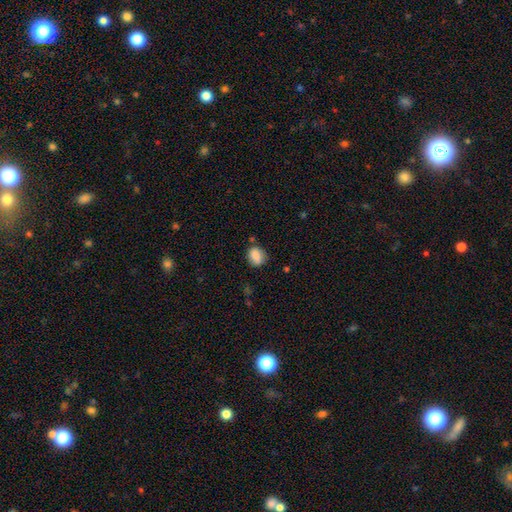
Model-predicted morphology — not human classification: Smooth or featured: smooth — 82% (featured or disk — 9%)
How rounded: in between — 49% (tied with round — 49%)
Merging: none — 72% (minor disturbance — 18%)